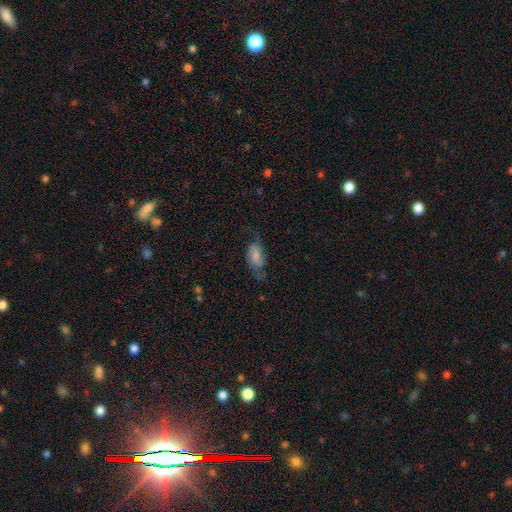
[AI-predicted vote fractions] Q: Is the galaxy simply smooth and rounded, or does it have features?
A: smooth — 55%.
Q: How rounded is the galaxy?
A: in between — 91%.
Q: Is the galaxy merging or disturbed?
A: none — 46%.